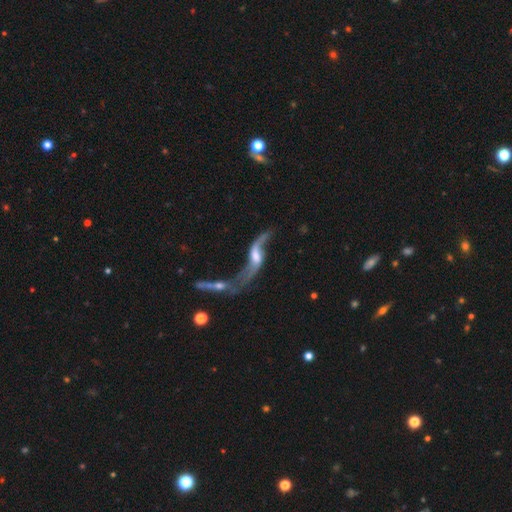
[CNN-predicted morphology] This is clearly a featured or disk galaxy (83%). It is clearly not viewed edge-on (85%). Bar: marginally weak (44%). Spiral arm pattern: clearly yes (89%). Spiral arm count: clearly 2 (89%). Spiral winding: clearly loose (92%). Central bulge: possibly moderate (45%). Merging: possibly merger (53%).